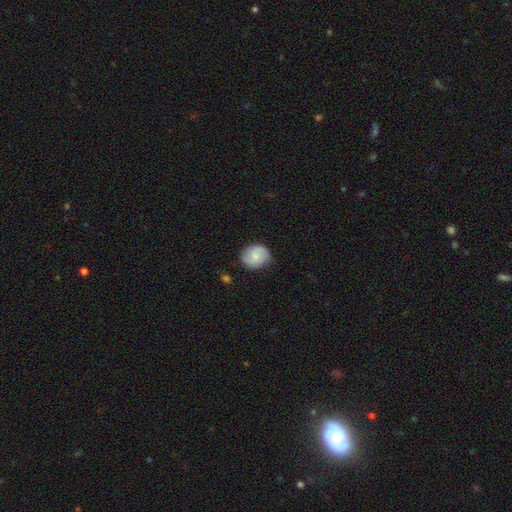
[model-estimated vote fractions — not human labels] smooth 55%, featured or disk 38%, star or artifact 7%. Down the decision tree: how rounded — round (67%); merging — none (82%).